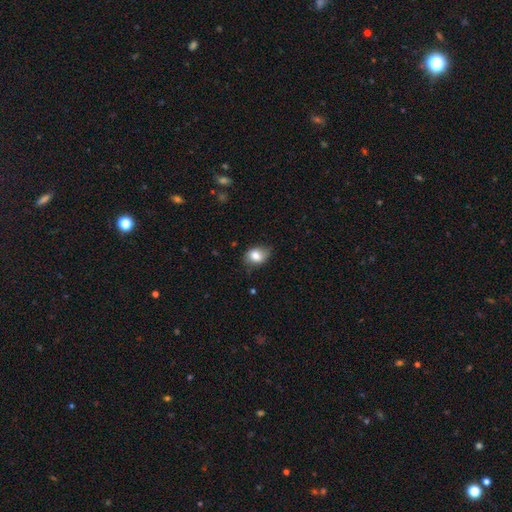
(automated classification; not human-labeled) Q: Smooth or featured?
A: smooth (80%); runner-up: featured or disk (12%)
Q: How rounded?
A: in between (64%); runner-up: round (35%)
Q: Merging?
A: none (65%); runner-up: minor disturbance (28%)